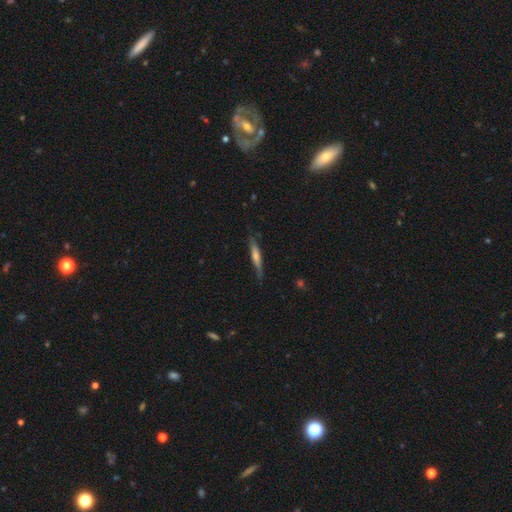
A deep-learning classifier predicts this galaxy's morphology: featured or disk 51%, smooth 42%, star or artifact 6%. Down the decision tree: edge-on disk — yes (93%); merging — none (79%).